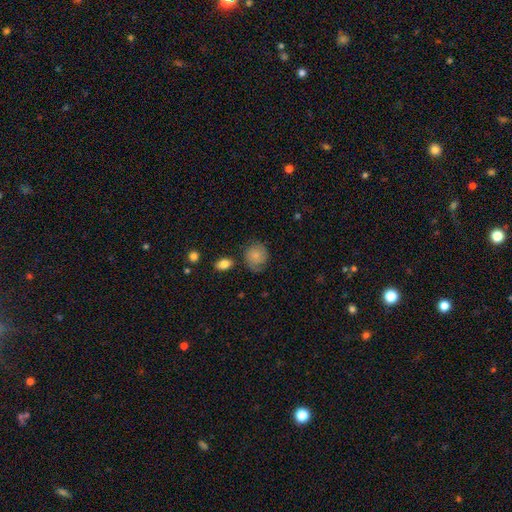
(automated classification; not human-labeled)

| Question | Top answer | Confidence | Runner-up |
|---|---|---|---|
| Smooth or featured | smooth | 69% | featured or disk (23%) |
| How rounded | round | 75% | in between (24%) |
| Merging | none | 64% | minor disturbance (24%) |